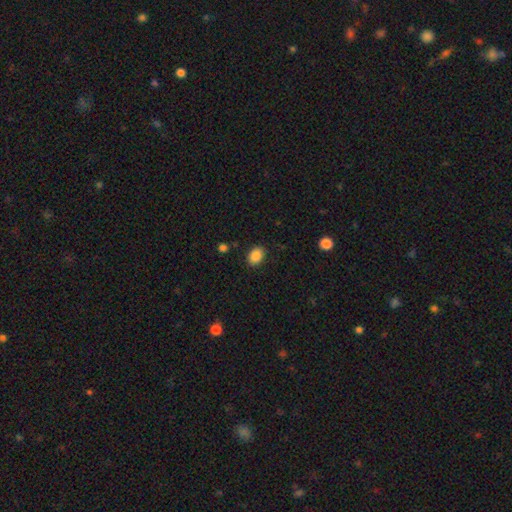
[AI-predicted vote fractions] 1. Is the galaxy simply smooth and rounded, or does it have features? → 87% smooth, 9% star or artifact, 4% featured or disk.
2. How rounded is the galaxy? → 74% in between, 25% round, 1% cigar-shaped.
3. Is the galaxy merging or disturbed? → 86% none, 10% minor disturbance, 3% major disturbance, 1% merger.